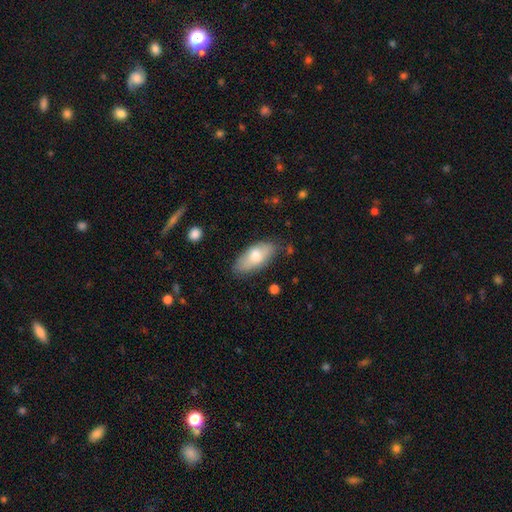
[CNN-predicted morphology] This appears to be a smooth galaxy with no disk features (73%) that is in between round and cigar-shaped (89%). Merging: none (76%).